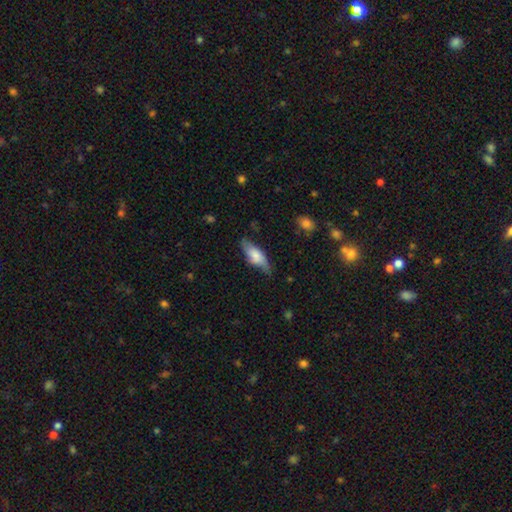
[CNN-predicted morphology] This appears to be a smooth galaxy with no disk features (65%) that is in between round and cigar-shaped (71%). Merging: none (63%).